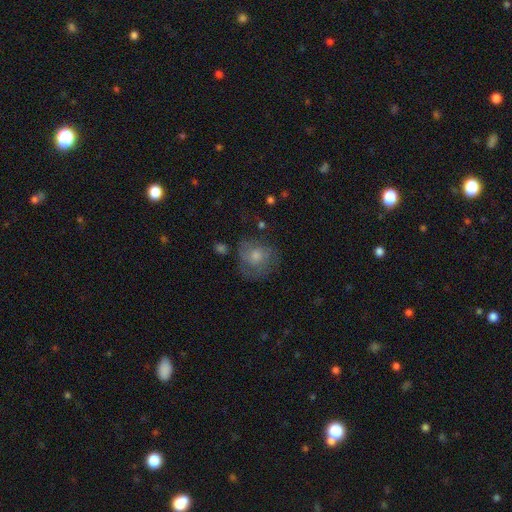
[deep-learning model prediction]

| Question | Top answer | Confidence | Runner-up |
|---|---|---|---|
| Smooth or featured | smooth | 48% | featured or disk (39%) |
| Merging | none | 64% | minor disturbance (21%) |